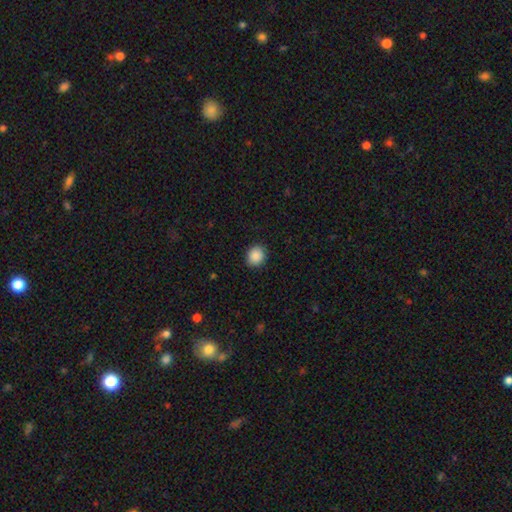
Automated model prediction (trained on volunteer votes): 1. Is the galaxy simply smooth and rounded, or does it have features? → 88% smooth, 8% star or artifact, 3% featured or disk.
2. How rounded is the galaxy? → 79% round, 20% in between, 1% cigar-shaped.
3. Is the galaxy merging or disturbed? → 90% none, 7% minor disturbance, 2% major disturbance, 1% merger.